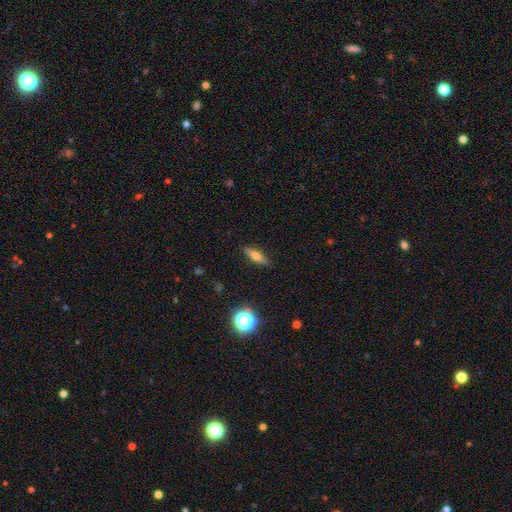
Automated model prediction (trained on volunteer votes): This is likely a smooth galaxy (64%). How rounded: possibly cigar-shaped (50%). Merging: clearly none (85%).